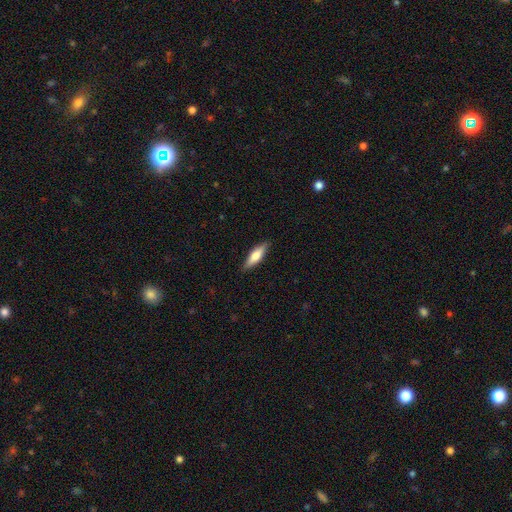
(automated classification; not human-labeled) smooth-or-featured: smooth: 63% | featured or disk: 32% | star or artifact: 6%
  how-rounded: cigar-shaped: 60% | in between: 38% | round: 2%
  merging: none: 88% | minor disturbance: 9% | major disturbance: 2% | merger: 1%